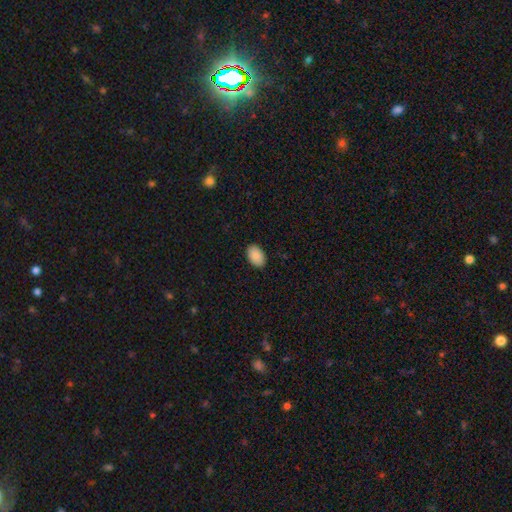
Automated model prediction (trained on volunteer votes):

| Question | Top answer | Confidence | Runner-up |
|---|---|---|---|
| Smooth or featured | smooth | 91% | star or artifact (7%) |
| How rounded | in between | 91% | round (8%) |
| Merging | none | 89% | minor disturbance (8%) |